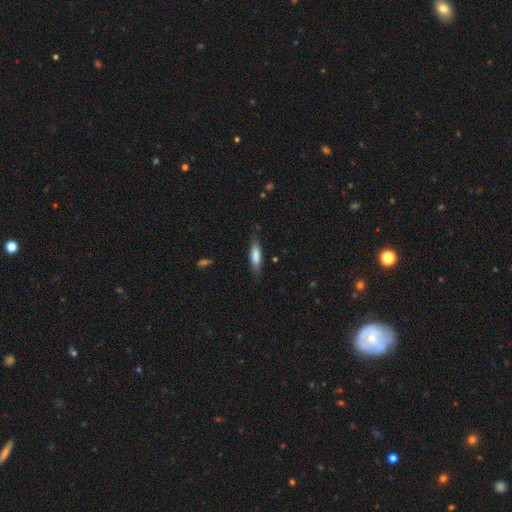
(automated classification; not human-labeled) This appears to be a smooth galaxy with no disk features (76%) that is cigar-shaped (66%). Merging: none (78%).